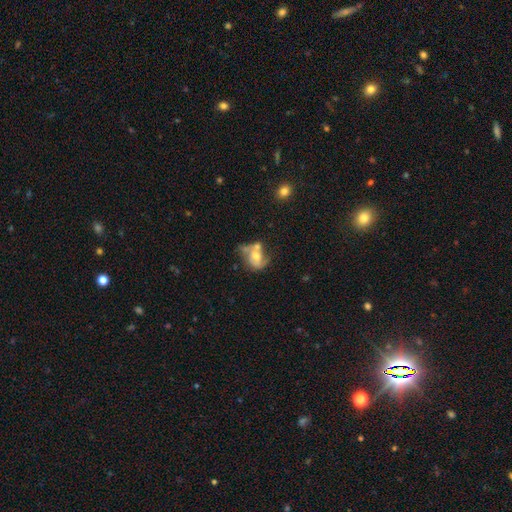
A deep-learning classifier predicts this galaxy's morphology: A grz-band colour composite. It shows a featured or disk galaxy (55%) with no bar (68%), spiral arms (59%) and a moderate central bulge (58%). Merging: merger (31%).